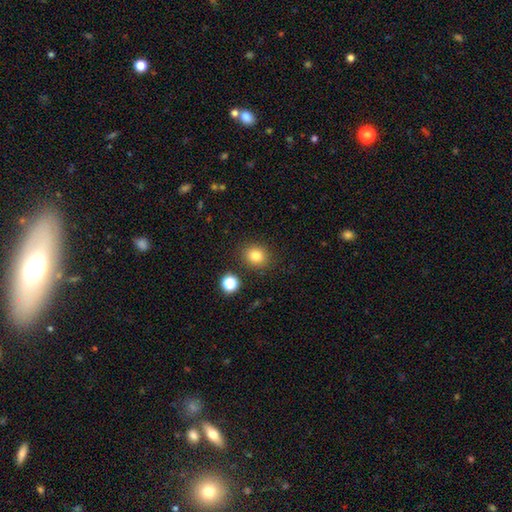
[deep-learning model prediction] Smooth or featured? Predicted: smooth (p=0.81). How rounded? Predicted: round (p=0.77). Merging? Predicted: none (p=0.86).